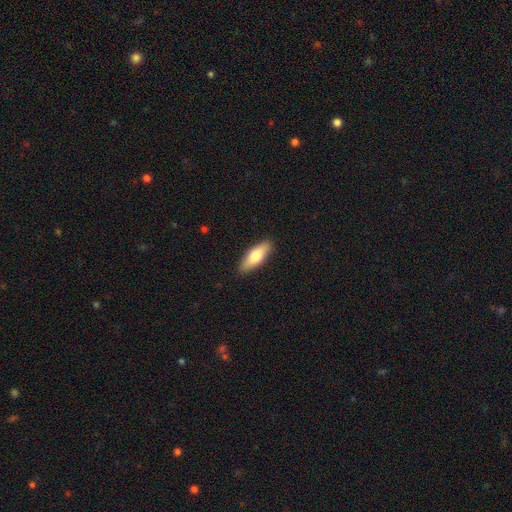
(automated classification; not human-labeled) Smooth or featured?
  - smooth: 73% *
  - featured or disk: 22%
  - star or artifact: 6%
How rounded?
  - in between: 65% *
  - cigar-shaped: 33%
  - round: 2%
Merging?
  - none: 89% *
  - minor disturbance: 9%
  - major disturbance: 2%
  - merger: 1%